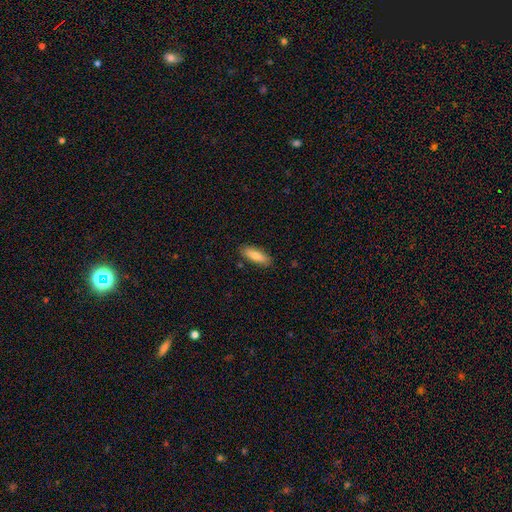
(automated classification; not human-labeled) A smooth galaxy with no disk features (79%) that is in between round and cigar-shaped (61%).

Vote fractions:
- Smooth or featured? smooth: 79% / featured or disk: 14% / star or artifact: 6%
- How rounded? in between: 61% / cigar-shaped: 37% / round: 2%
- Merging? none: 87% / minor disturbance: 10% / major disturbance: 2% / merger: 1%